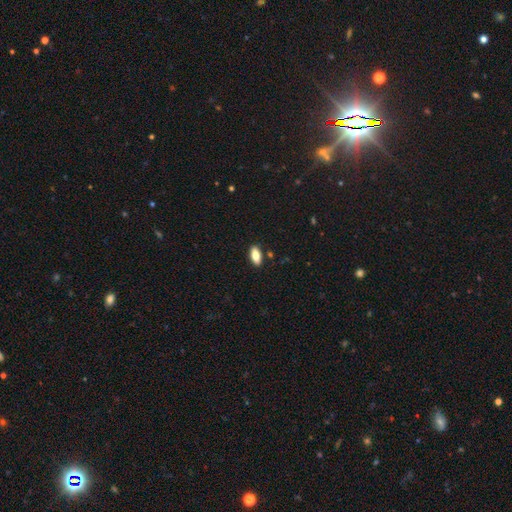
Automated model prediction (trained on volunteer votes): A smooth galaxy with no disk features (78%) that is in between round and cigar-shaped (86%).

Vote fractions:
- Smooth or featured? smooth: 78% / featured or disk: 15% / star or artifact: 7%
- How rounded? in between: 86% / cigar-shaped: 11% / round: 3%
- Merging? none: 88% / minor disturbance: 9% / major disturbance: 2% / merger: 2%